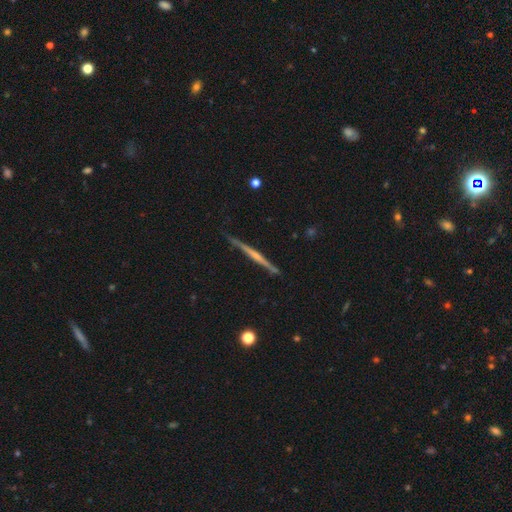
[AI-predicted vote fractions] smooth-or-featured: featured or disk: 75% | smooth: 19% | star or artifact: 6%
  disk-edge-on: yes: 98% | no: 2%
    edge-on-bulge: rounded: 48% | none: 42% | boxy: 9%
  merging: none: 84% | minor disturbance: 12% | major disturbance: 2% | merger: 2%